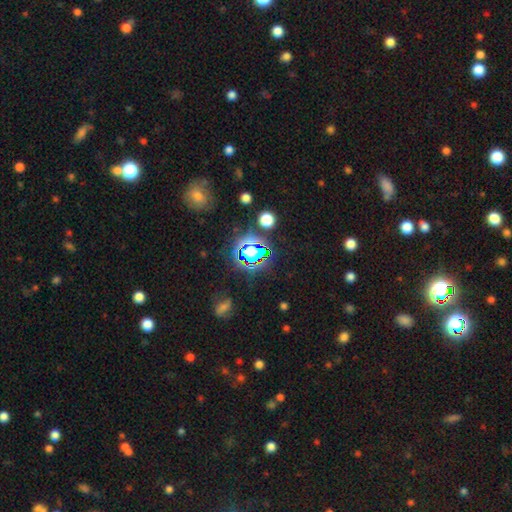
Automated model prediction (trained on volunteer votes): Q: Smooth or featured?
A: star or artifact (64%); runner-up: smooth (25%)